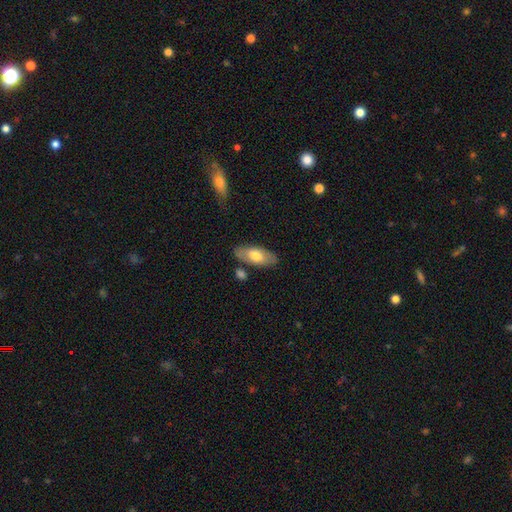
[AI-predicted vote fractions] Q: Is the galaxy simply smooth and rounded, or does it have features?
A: smooth — 66%.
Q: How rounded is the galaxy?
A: in between — 86%.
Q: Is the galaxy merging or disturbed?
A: none — 79%.